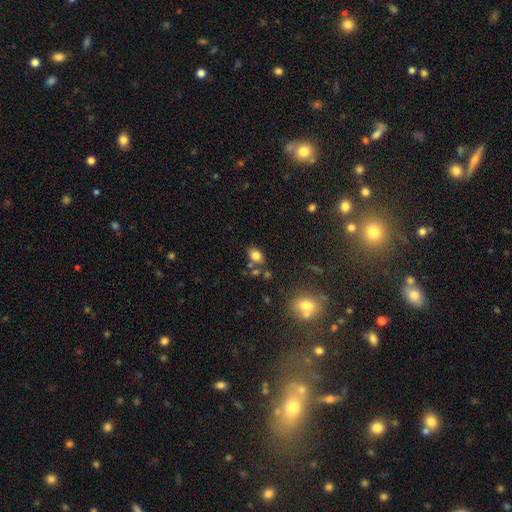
A smooth galaxy with no disk features (82%) that is in between round and cigar-shaped (78%). Merging: none (83%).